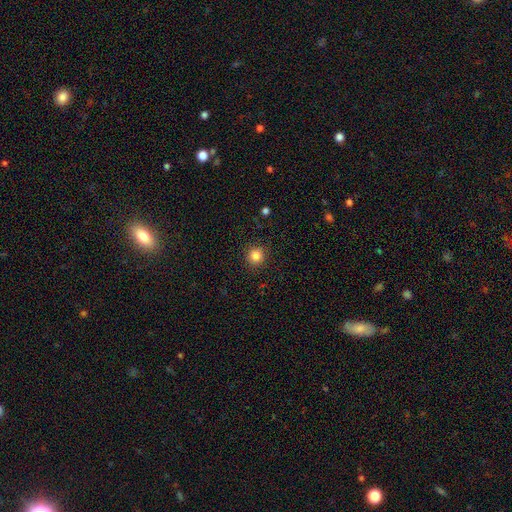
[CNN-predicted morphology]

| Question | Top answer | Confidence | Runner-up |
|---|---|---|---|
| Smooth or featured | smooth | 84% | star or artifact (11%) |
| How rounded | round | 93% | in between (6%) |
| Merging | none | 91% | minor disturbance (6%) |